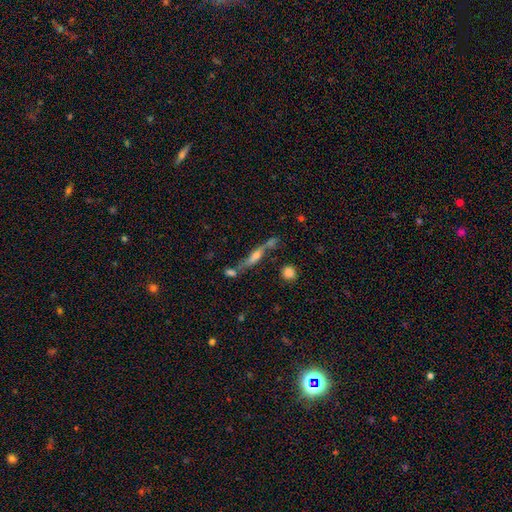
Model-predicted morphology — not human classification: type=featured or disk (61%); edge-on=yes (80%); merging=none (56%).